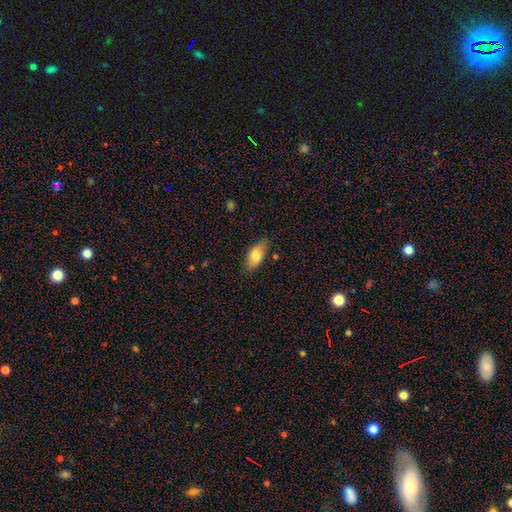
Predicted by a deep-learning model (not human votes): A smooth galaxy with no disk features (77%) that is in between round and cigar-shaped (88%).

Vote fractions:
- Smooth or featured? smooth: 77% / featured or disk: 16% / star or artifact: 7%
- How rounded? in between: 88% / cigar-shaped: 9% / round: 3%
- Merging? none: 79% / minor disturbance: 17% / major disturbance: 3% / merger: 1%